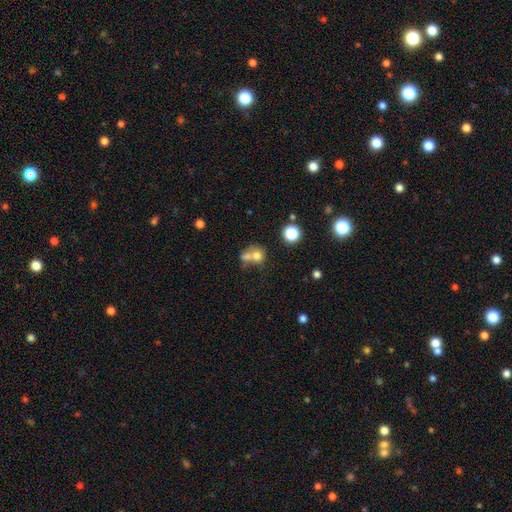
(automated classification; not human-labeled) Q: Smooth or featured?
A: smooth (67%); runner-up: featured or disk (18%)
Q: How rounded?
A: round (71%); runner-up: in between (28%)
Q: Merging?
A: merger (55%); runner-up: none (29%)